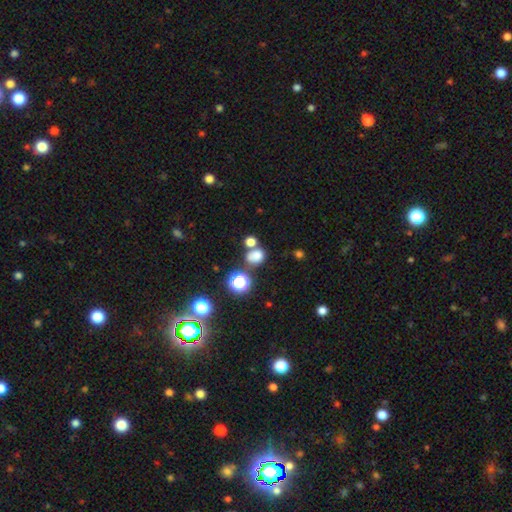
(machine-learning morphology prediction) smooth_or_featured: smooth (p=0.72) [alt: star or artifact p=0.20]
how_rounded: round (p=0.61) [alt: in between p=0.38]
merging: none (p=0.52) [alt: merger p=0.30]